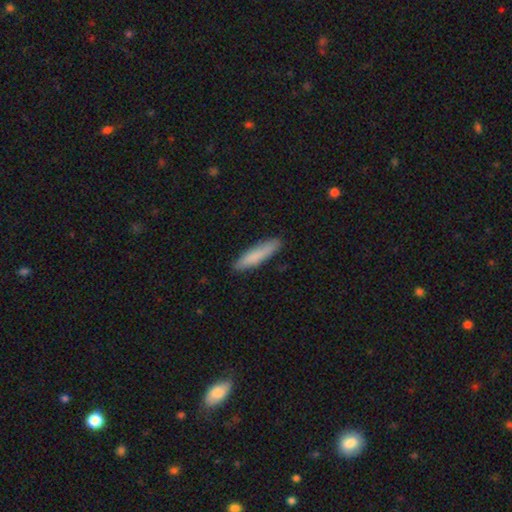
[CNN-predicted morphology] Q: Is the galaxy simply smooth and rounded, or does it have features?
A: smooth — 82%.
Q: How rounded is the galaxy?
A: cigar-shaped — 84%.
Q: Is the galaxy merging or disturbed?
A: none — 87%.